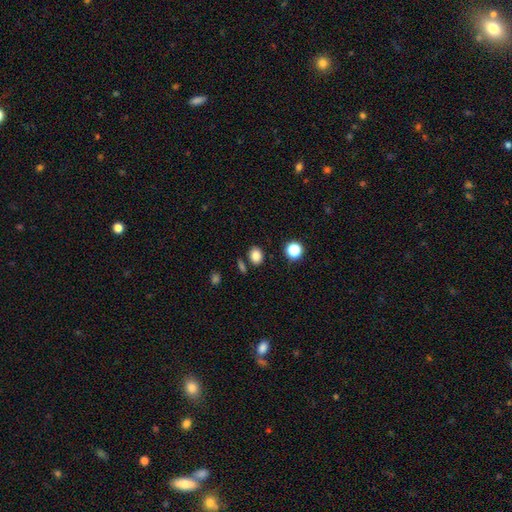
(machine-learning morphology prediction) smooth_or_featured: smooth (p=0.83) [alt: star or artifact p=0.12]
how_rounded: in between (p=0.54) [alt: round p=0.45]
merging: none (p=0.83) [alt: minor disturbance p=0.09]